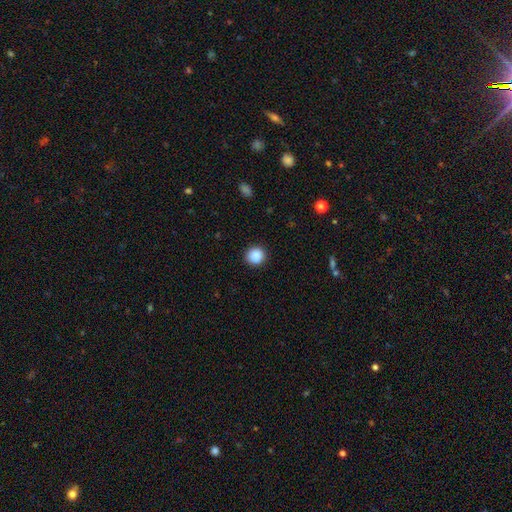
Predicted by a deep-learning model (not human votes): Smooth or featured?
  - smooth: 89% *
  - star or artifact: 9%
  - featured or disk: 3%
How rounded?
  - round: 93% *
  - in between: 6%
  - cigar-shaped: 1%
Merging?
  - none: 90% *
  - minor disturbance: 7%
  - major disturbance: 2%
  - merger: 1%